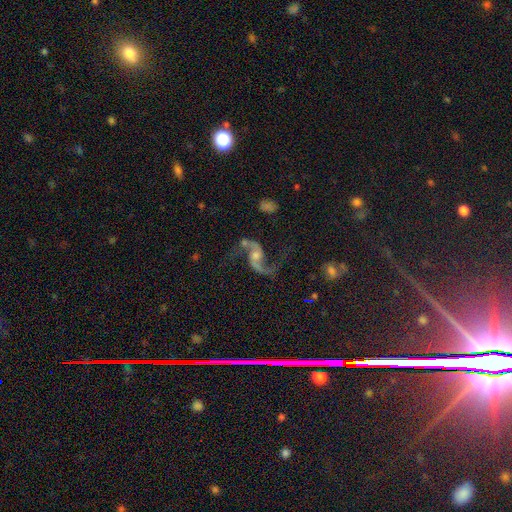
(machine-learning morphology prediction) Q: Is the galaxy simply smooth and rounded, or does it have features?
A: featured or disk — 91%.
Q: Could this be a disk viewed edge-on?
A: no — 98%.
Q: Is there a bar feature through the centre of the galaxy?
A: no — 55%.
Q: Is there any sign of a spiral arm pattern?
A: yes — 97%.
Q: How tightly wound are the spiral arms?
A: loose — 83%.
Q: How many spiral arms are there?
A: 2 — 94%.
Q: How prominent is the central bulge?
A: moderate — 45%.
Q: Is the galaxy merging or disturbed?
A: none — 64%.